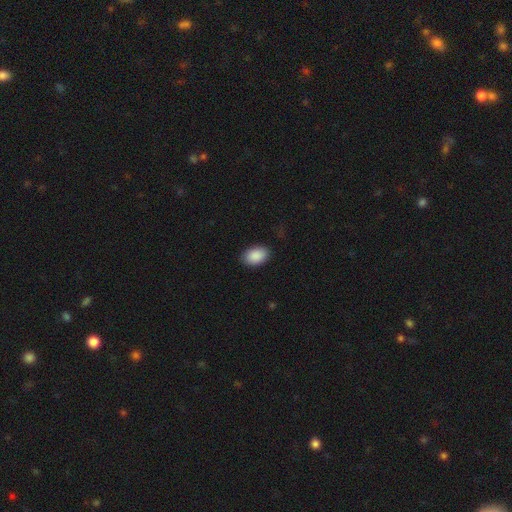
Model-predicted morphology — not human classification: A smooth galaxy with no disk features (90%) that is in between round and cigar-shaped (88%).

Vote fractions:
- Smooth or featured? smooth: 90% / star or artifact: 6% / featured or disk: 3%
- How rounded? in between: 88% / round: 11% / cigar-shaped: 1%
- Merging? none: 87% / minor disturbance: 10% / major disturbance: 3% / merger: 1%